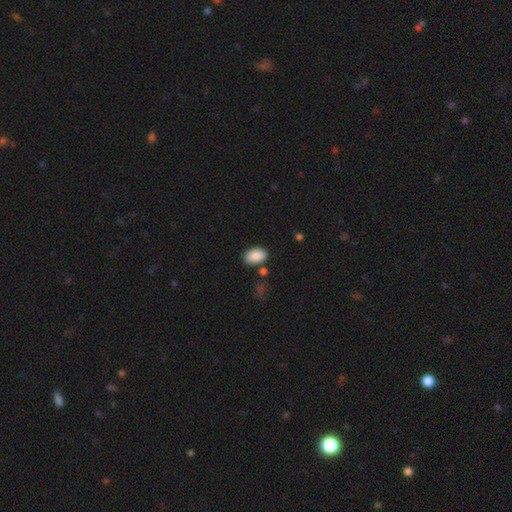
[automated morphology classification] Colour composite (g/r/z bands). It shows a smooth galaxy with no disk features (90%) that is in between round and cigar-shaped (91%). Merging: none (80%).